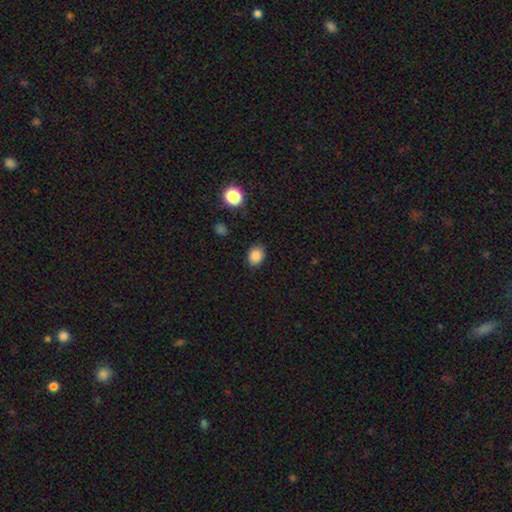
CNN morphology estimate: This appears to be a smooth galaxy with no disk features (86%) that is in between round and cigar-shaped (60%). Merging: none (85%).